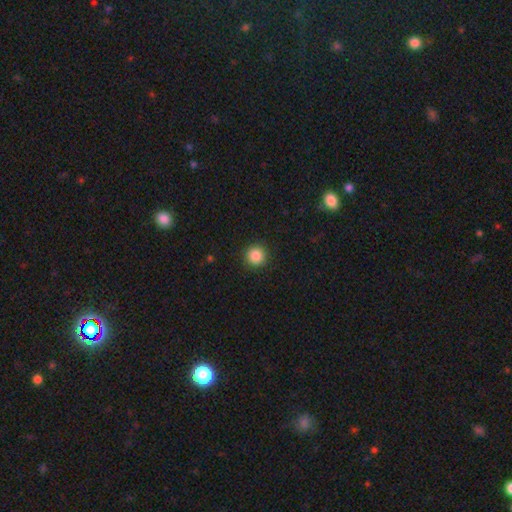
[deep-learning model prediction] This appears to be a smooth galaxy with no disk features (86%) that is round (95%). Merging: none (91%).